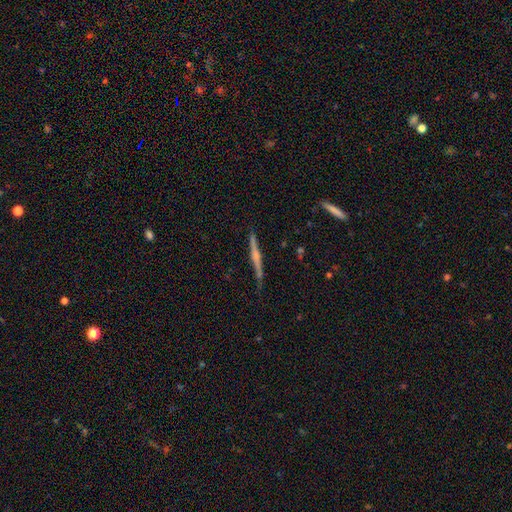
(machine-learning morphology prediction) type=featured or disk (66%); edge-on=yes (97%); edge-on bulge=rounded (48%); merging=none (79%).